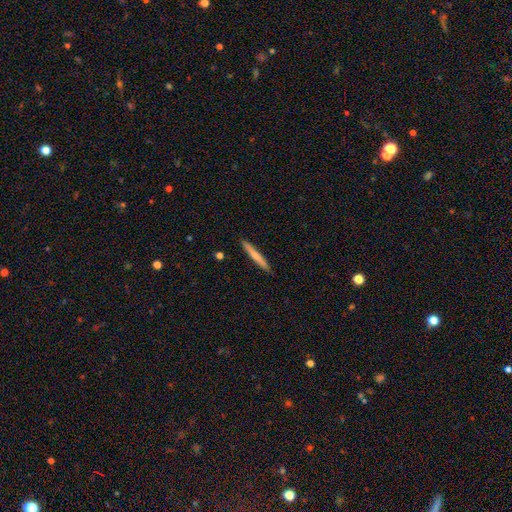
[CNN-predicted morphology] This appears to be a smooth galaxy with no disk features (64%) that is cigar-shaped (96%). Merging: none (91%).